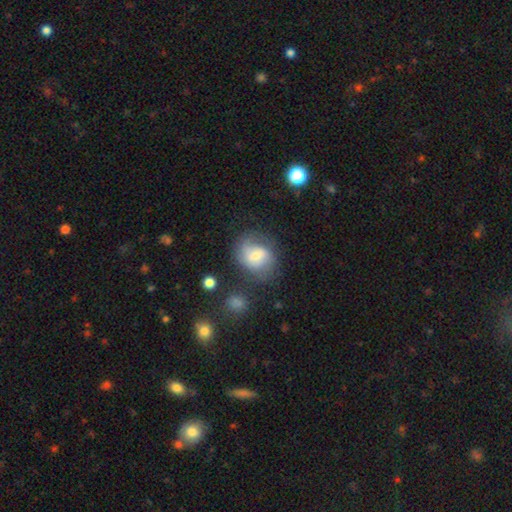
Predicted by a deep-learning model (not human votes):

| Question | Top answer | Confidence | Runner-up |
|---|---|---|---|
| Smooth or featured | featured or disk | 53% | smooth (39%) |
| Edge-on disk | no | 97% | yes (3%) |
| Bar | weak | 48% | no (39%) |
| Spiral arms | yes | 81% | no (19%) |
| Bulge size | moderate | 46% | small (45%) |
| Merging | none | 59% | minor disturbance (22%) |